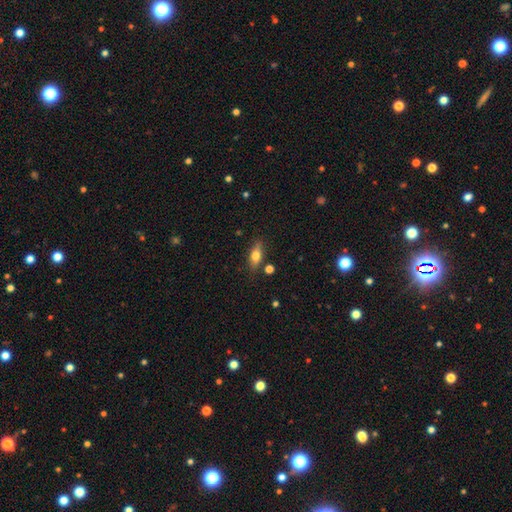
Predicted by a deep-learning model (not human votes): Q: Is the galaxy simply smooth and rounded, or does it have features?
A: smooth — 62%.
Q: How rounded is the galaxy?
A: in between — 69%.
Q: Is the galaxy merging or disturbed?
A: none — 81%.